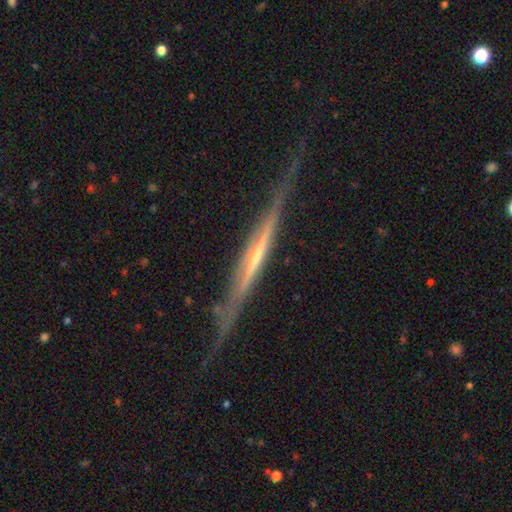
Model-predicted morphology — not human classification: smooth_or_featured: featured or disk (p=0.84) [alt: smooth p=0.11]
disk_edge_on: yes (p=0.97) [alt: no p=0.03]
edge_on_bulge: none (p=0.48) [alt: rounded p=0.42]
merging: none (p=0.76) [alt: minor disturbance p=0.18]